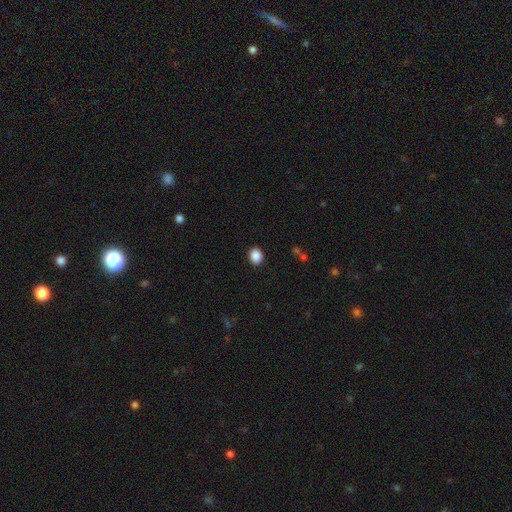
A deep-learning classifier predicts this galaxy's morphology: A smooth galaxy with no disk features (88%) that is round (58%). Merging: none (90%).